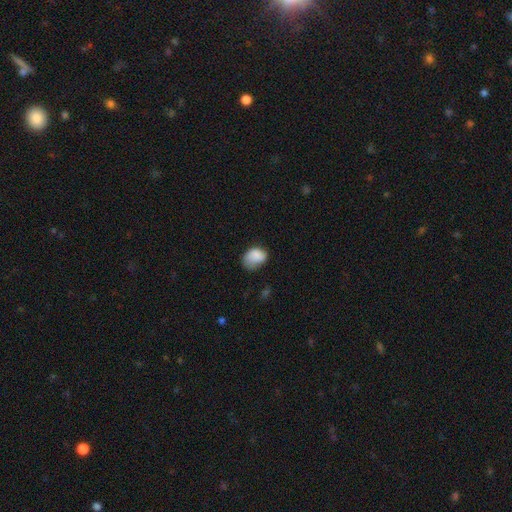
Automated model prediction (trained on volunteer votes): A smooth galaxy with no disk features (83%) that is in between round and cigar-shaped (71%).

Vote fractions:
- Smooth or featured? smooth: 83% / featured or disk: 9% / star or artifact: 8%
- How rounded? in between: 71% / round: 28% / cigar-shaped: 1%
- Merging? none: 46% / minor disturbance: 37% / major disturbance: 15% / merger: 2%